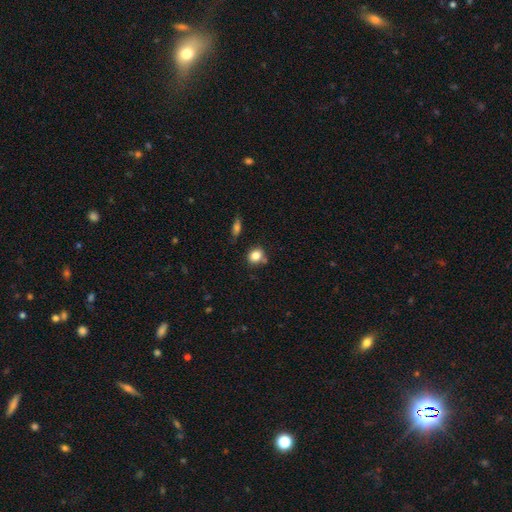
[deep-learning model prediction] smooth 82%, star or artifact 10%, featured or disk 7%. Down the decision tree: how rounded — round (68%); merging — none (69%).